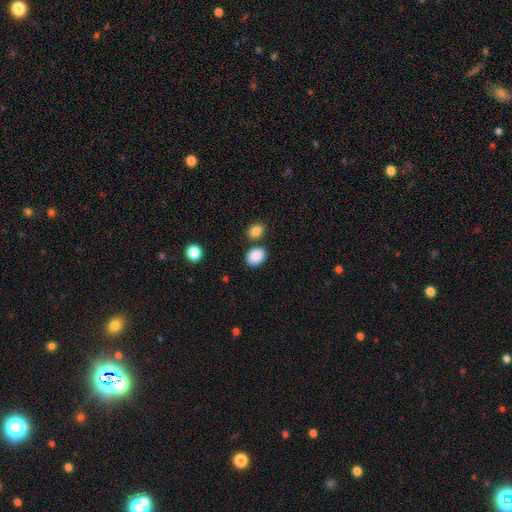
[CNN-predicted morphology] Overall: smooth (88%). How rounded: in between (59%; round 40%). Merging: none (77%).